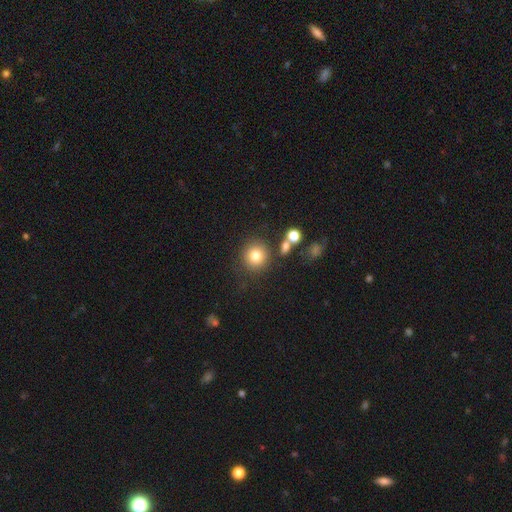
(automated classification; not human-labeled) Smooth or featured?
  - smooth: 81% *
  - star or artifact: 11%
  - featured or disk: 8%
How rounded?
  - round: 91% *
  - in between: 8%
  - cigar-shaped: 1%
Merging?
  - none: 80% *
  - minor disturbance: 9%
  - merger: 7%
  - major disturbance: 4%